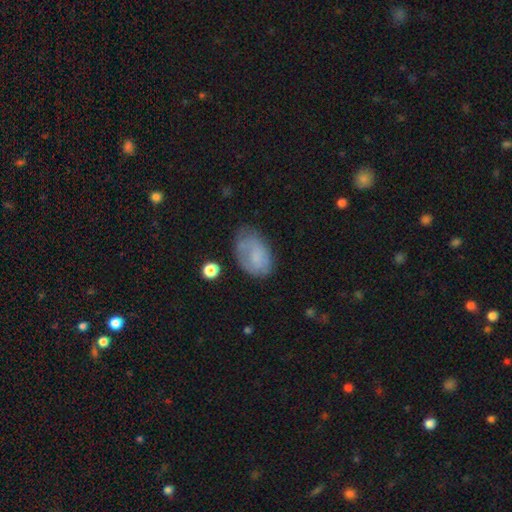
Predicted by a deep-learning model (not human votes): Smooth or featured? smooth (69%)
How rounded? in between (89%)
Merging? none (48%)